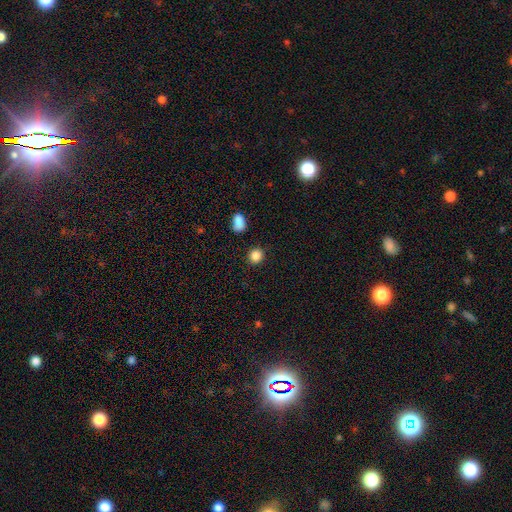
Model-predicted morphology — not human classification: smooth-or-featured: smooth: 86% | star or artifact: 10% | featured or disk: 3%
  how-rounded: round: 83% | in between: 16% | cigar-shaped: 1%
  merging: none: 88% | minor disturbance: 7% | merger: 3% | major disturbance: 2%